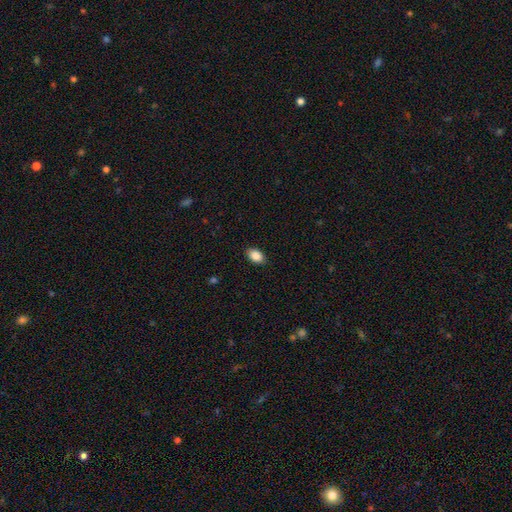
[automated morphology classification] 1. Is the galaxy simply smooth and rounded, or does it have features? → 87% smooth, 8% star or artifact, 5% featured or disk.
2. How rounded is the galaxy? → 89% in between, 10% round, 1% cigar-shaped.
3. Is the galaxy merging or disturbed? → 89% none, 8% minor disturbance, 2% major disturbance, 1% merger.